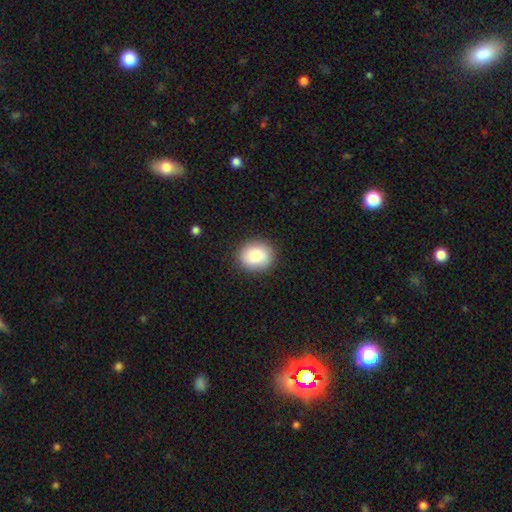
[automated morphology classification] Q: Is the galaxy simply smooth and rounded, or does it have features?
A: smooth — 86%.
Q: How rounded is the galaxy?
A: round — 59%.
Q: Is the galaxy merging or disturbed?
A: none — 87%.